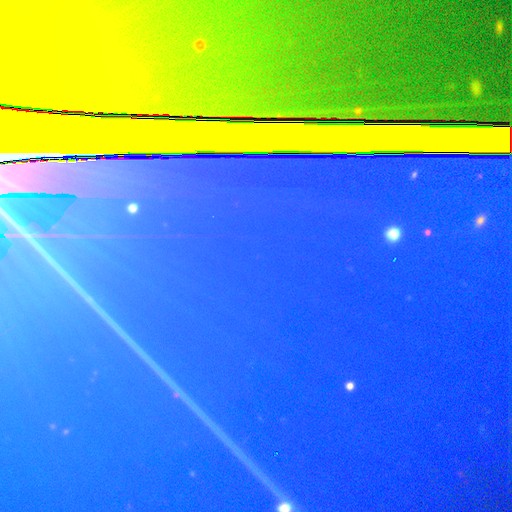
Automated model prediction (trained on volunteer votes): This appears to be a star or artifact, not a galaxy (86%).